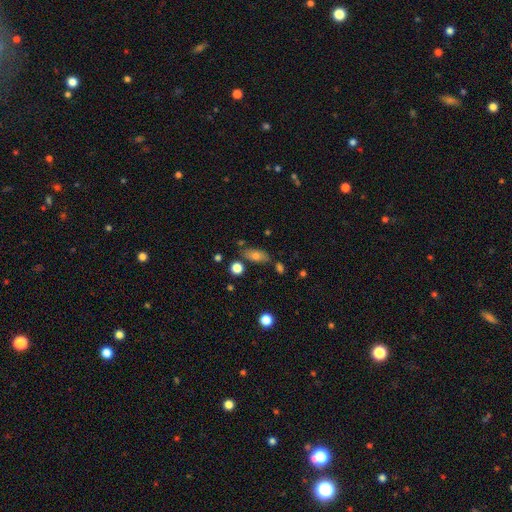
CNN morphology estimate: smooth_or_featured: smooth (p=0.69) [alt: featured or disk p=0.19]
how_rounded: in between (p=0.81) [alt: cigar-shaped p=0.11]
merging: none (p=0.74) [alt: minor disturbance p=0.15]